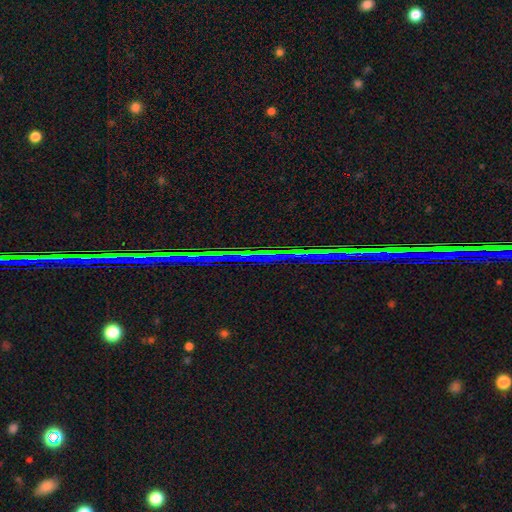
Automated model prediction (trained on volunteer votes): This appears to be a star or artifact, not a galaxy (87%).